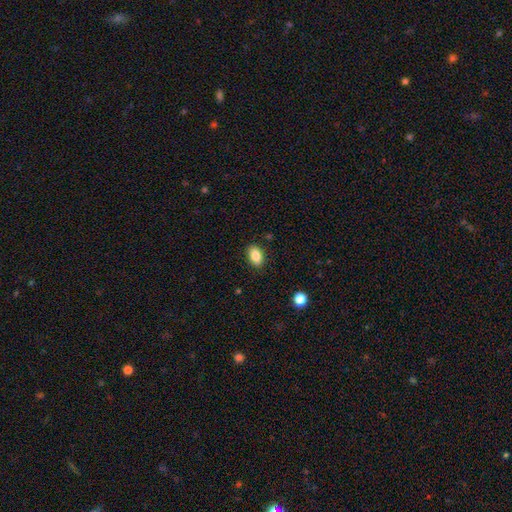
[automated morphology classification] Smooth or featured: smooth — 87% (star or artifact — 8%)
How rounded: in between — 89% (round — 9%)
Merging: none — 87% (minor disturbance — 9%)